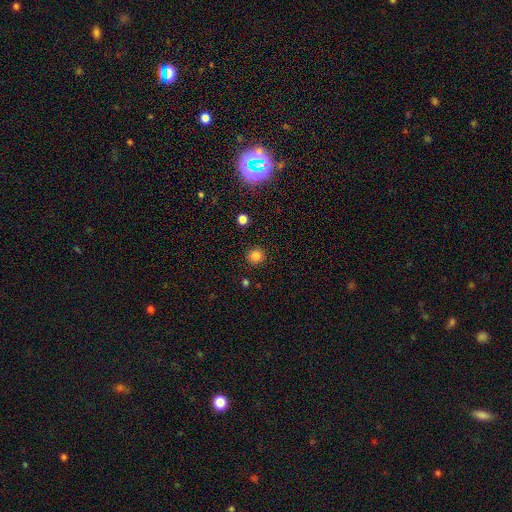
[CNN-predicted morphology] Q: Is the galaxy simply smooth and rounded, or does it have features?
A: smooth — 82%.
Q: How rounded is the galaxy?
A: round — 94%.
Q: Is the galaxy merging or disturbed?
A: none — 90%.